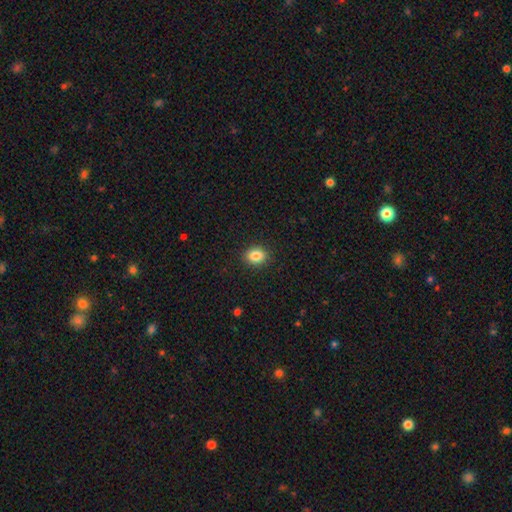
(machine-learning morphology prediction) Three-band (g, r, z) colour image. It shows a smooth galaxy with no disk features (86%) that is in between round and cigar-shaped (56%). Merging: none (90%).